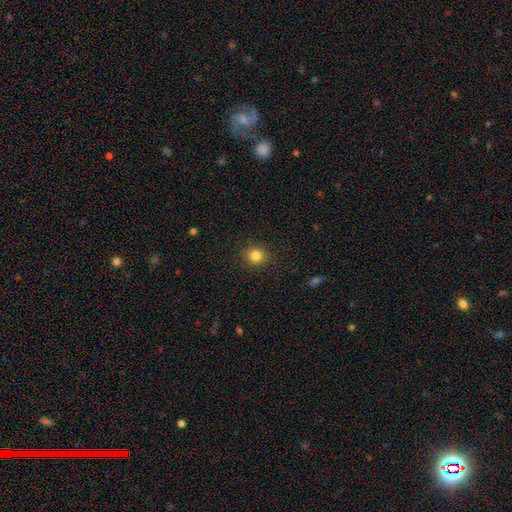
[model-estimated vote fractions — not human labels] This appears to be a smooth galaxy with no disk features (83%) that is round (85%). Merging: none (89%).